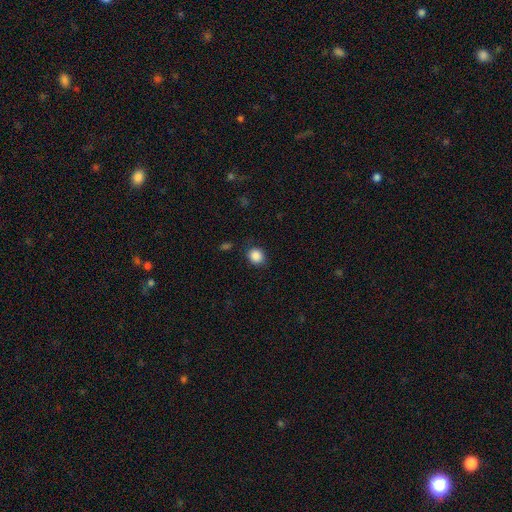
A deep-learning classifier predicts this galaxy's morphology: The model was most divided on "how rounded": round: 74%, in between: 25%, cigar-shaped: 1%. More confident: smooth or featured — smooth (88%); merging — none (85%).